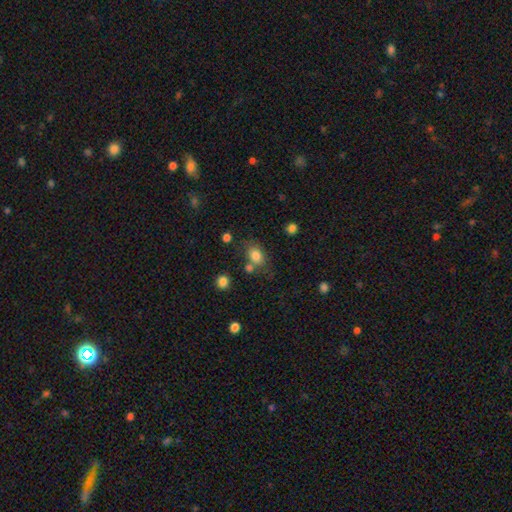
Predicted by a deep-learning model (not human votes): smooth-or-featured: smooth: 81% | star or artifact: 11% | featured or disk: 8%
  how-rounded: in between: 65% | round: 34% | cigar-shaped: 1%
  merging: none: 61% | minor disturbance: 17% | merger: 16% | major disturbance: 7%